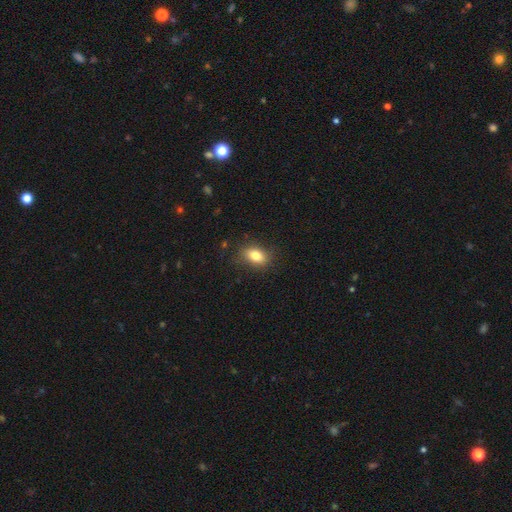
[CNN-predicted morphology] smooth_or_featured: smooth (p=0.82) [alt: featured or disk p=0.09]
how_rounded: in between (p=0.81) [alt: round p=0.16]
merging: none (p=0.83) [alt: minor disturbance p=0.12]